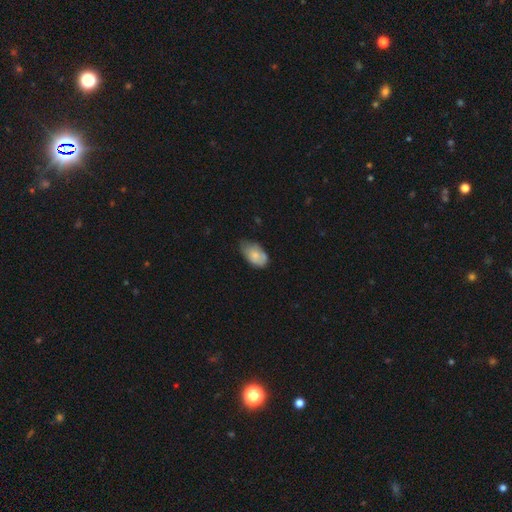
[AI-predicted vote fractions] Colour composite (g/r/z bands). It shows a smooth galaxy with no disk features (74%) that is in between round and cigar-shaped (92%). Merging: minor disturbance (45%).